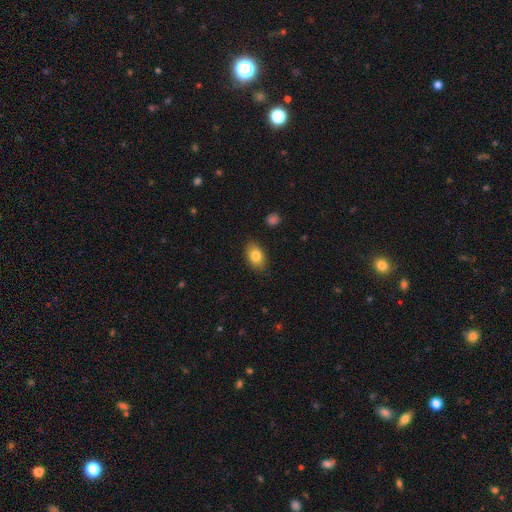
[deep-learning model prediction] A smooth galaxy with no disk features (83%) that is in between round and cigar-shaped (83%). Merging: none (85%).